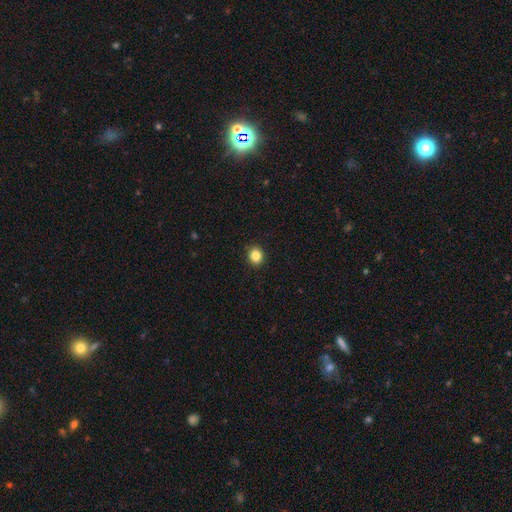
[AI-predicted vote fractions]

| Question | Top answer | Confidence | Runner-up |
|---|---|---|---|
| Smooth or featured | smooth | 85% | star or artifact (11%) |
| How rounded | round | 76% | in between (23%) |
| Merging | none | 92% | minor disturbance (5%) |